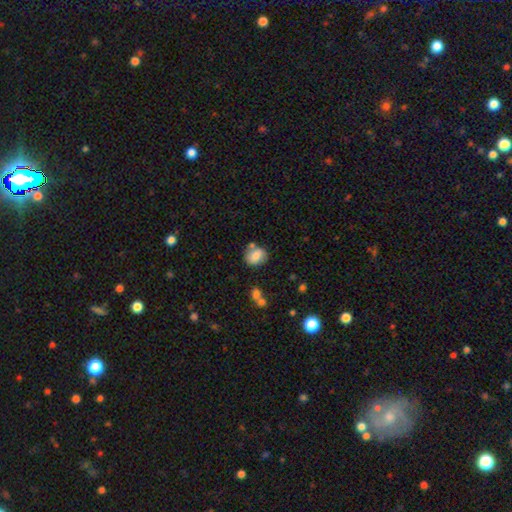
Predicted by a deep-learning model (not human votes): Smooth or featured? smooth (80%)
How rounded? in between (51%)
Merging? none (63%)